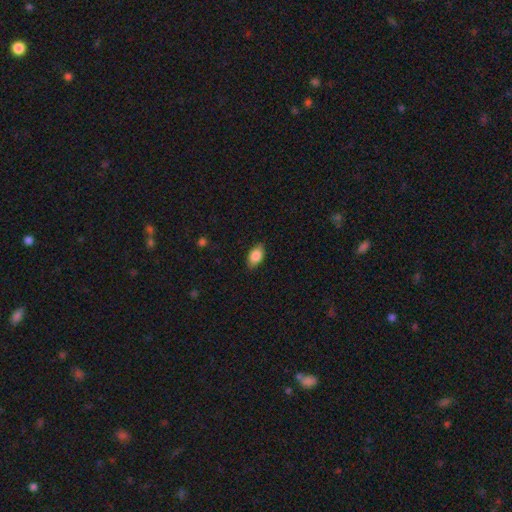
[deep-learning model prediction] A smooth galaxy with no disk features (85%) that is in between round and cigar-shaped (90%). Merging: none (84%).